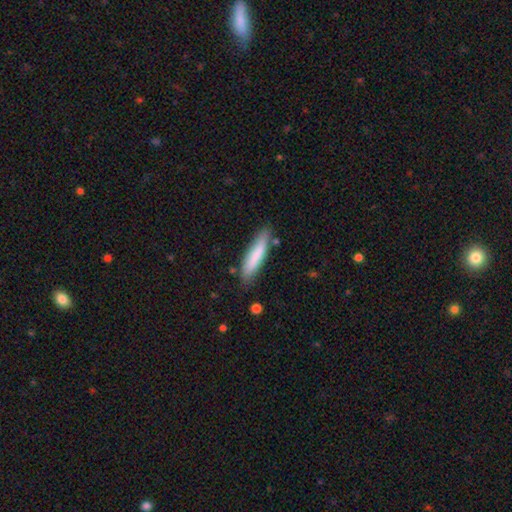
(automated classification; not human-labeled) This appears to be a smooth galaxy with no disk features (78%) that is cigar-shaped (84%). Merging: none (83%).